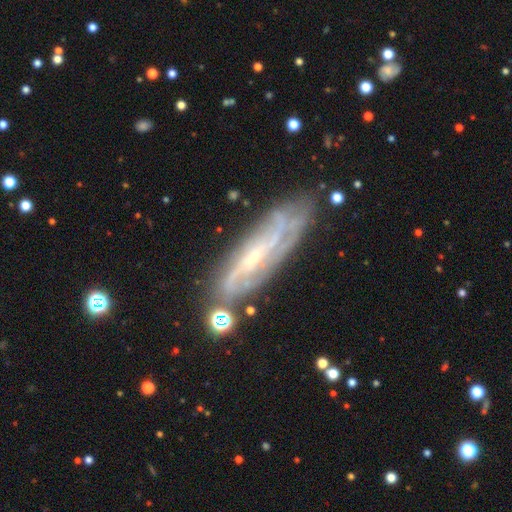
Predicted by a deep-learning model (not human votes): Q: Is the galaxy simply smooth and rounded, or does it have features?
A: featured or disk — 80%.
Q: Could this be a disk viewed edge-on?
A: no — 70%.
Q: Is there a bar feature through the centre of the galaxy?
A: no — 41%.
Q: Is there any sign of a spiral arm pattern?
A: yes — 90%.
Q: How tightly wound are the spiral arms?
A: tight — 52%.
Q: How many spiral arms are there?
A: can't tell — 43%.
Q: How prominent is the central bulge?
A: small — 75%.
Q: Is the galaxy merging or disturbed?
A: none — 74%.